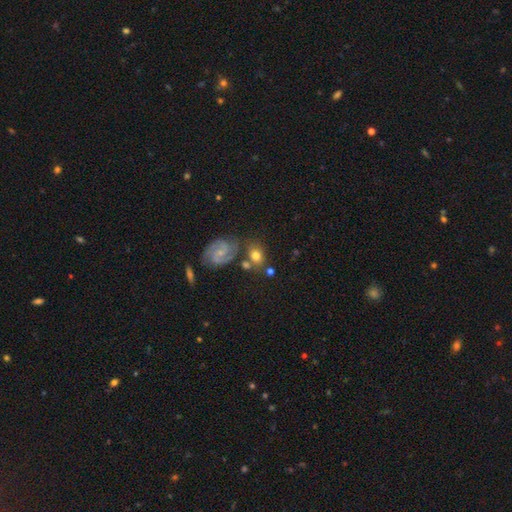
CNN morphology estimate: Q: Smooth or featured?
A: smooth (57%); runner-up: featured or disk (33%)
Q: How rounded?
A: in between (50%); runner-up: round (48%)
Q: Merging?
A: none (63%); runner-up: merger (17%)